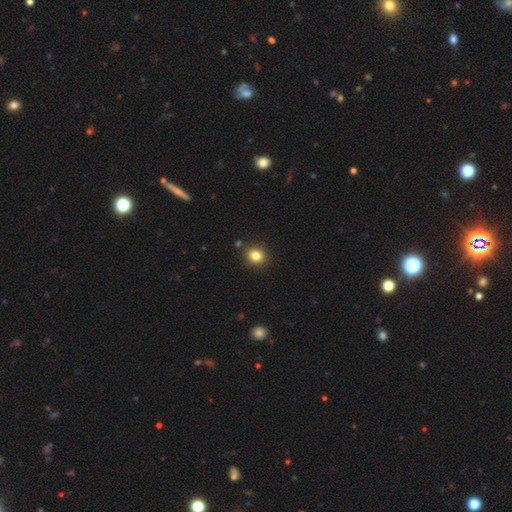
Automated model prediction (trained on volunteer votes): Smooth or featured? Predicted: smooth (p=0.83). How rounded? Predicted: round (p=0.71). Merging? Predicted: none (p=0.88).